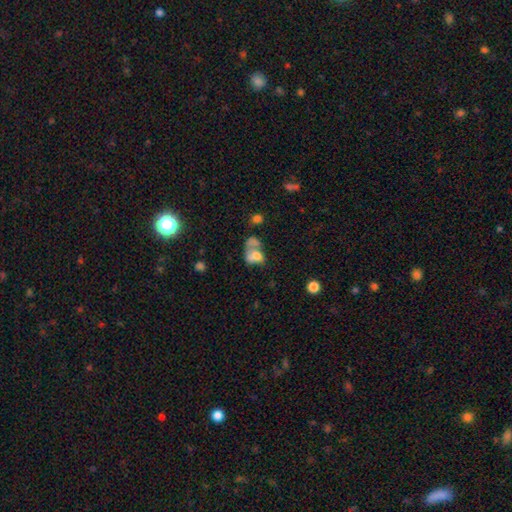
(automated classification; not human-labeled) smooth 58%, featured or disk 30%, star or artifact 12%. Down the decision tree: how rounded — in between (70%); merging — merger (54%).